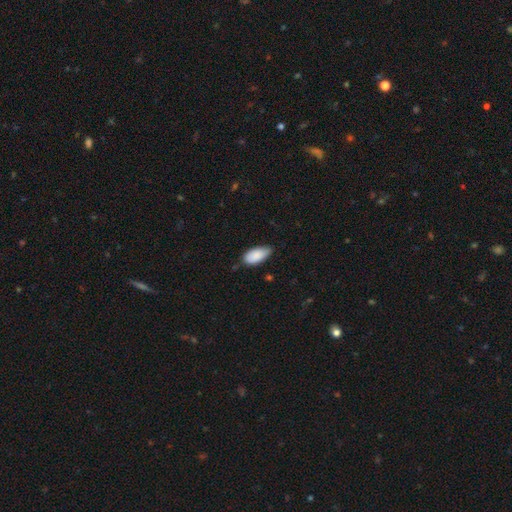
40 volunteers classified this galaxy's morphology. Smooth or featured?
  - smooth: 92% *
  - featured or disk: 8%
  - star or artifact: 0%
How rounded?
  - in between: 95% *
  - round: 3%
  - cigar-shaped: 3%
Merging?
  - none: 52% *
  - minor disturbance: 40%
  - major disturbance: 5%
  - merger: 2%